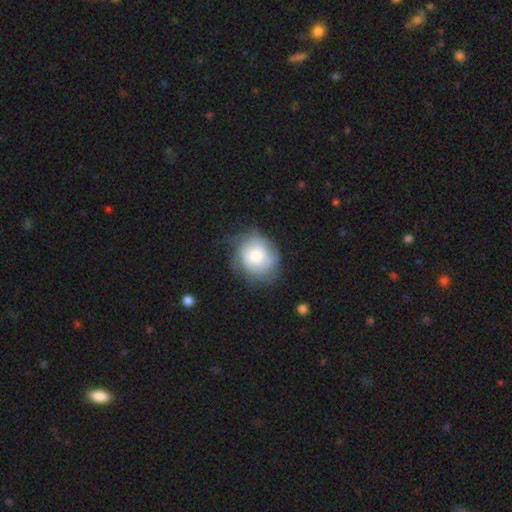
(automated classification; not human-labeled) Morphology: type=smooth (49%); merging=none (60%).